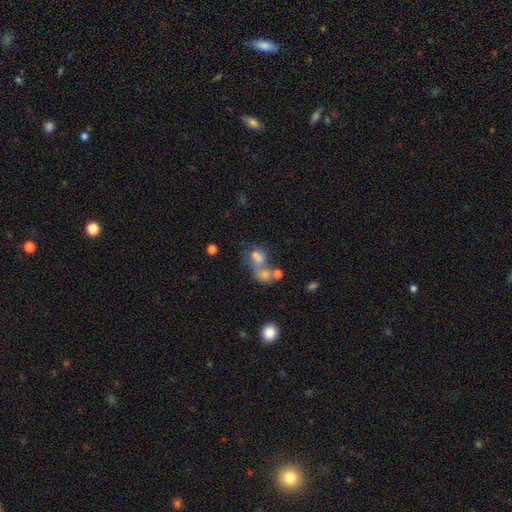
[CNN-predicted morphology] A smooth galaxy with no disk features (55%) that is round (59%).

Vote fractions:
- Smooth or featured? smooth: 55% / featured or disk: 24% / star or artifact: 21%
- How rounded? round: 59% / in between: 39% / cigar-shaped: 2%
- Merging? merger: 56% / none: 27% / major disturbance: 9% / minor disturbance: 8%